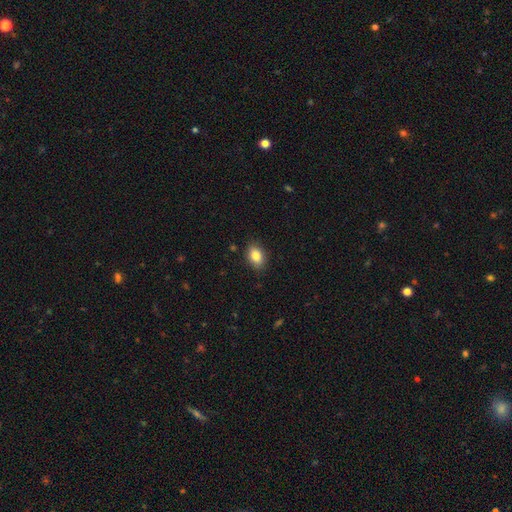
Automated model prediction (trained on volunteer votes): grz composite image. It shows a smooth galaxy with no disk features (85%) that is in between round and cigar-shaped (84%). Merging: none (87%).